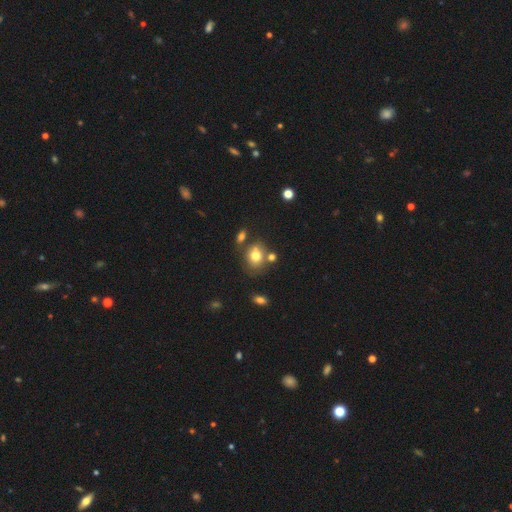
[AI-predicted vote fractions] Smooth or featured?
  - smooth: 74% *
  - featured or disk: 14%
  - star or artifact: 12%
How rounded?
  - round: 56% *
  - in between: 43%
  - cigar-shaped: 1%
Merging?
  - none: 56% *
  - merger: 22%
  - minor disturbance: 16%
  - major disturbance: 6%